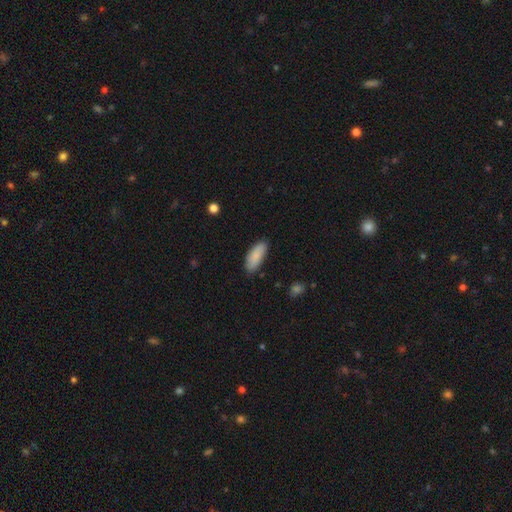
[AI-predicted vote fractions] smooth 87%, featured or disk 7%, star or artifact 6%. Down the decision tree: how rounded — in between (76%); merging — none (82%).